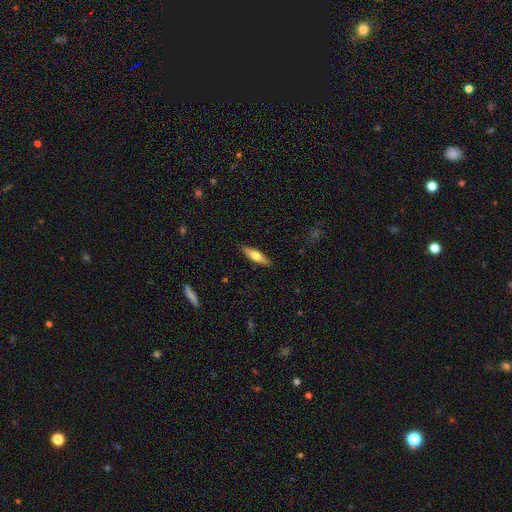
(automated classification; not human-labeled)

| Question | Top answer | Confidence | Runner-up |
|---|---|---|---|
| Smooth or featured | smooth | 60% | featured or disk (34%) |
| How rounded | cigar-shaped | 55% | in between (43%) |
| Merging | none | 89% | minor disturbance (8%) |